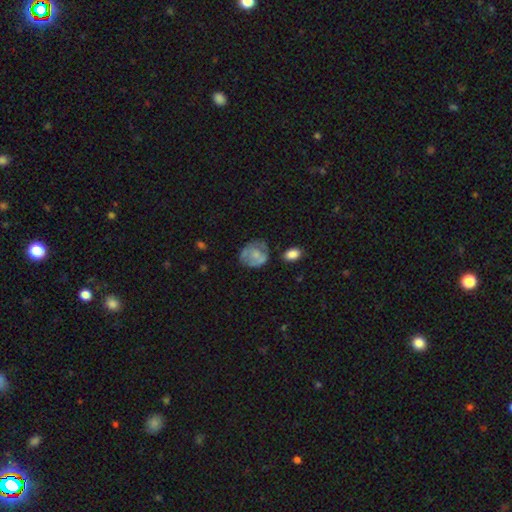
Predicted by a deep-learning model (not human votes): The model was most divided on "smooth or featured": smooth: 53%, featured or disk: 39%, star or artifact: 8%. More confident: how rounded — round (64%); merging — none (52%).